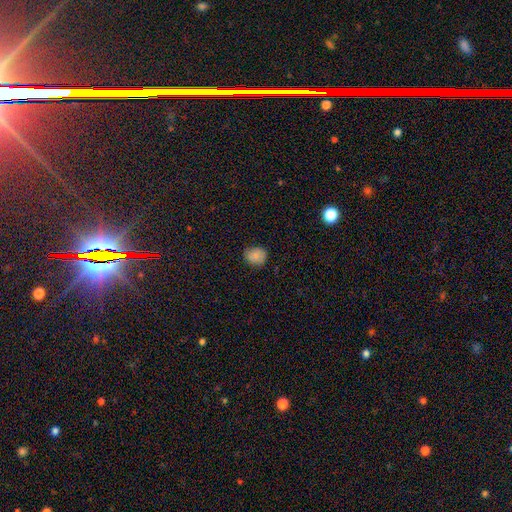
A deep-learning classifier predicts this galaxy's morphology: Q: Smooth or featured?
A: smooth (83%); runner-up: star or artifact (9%)
Q: How rounded?
A: round (71%); runner-up: in between (28%)
Q: Merging?
A: none (81%); runner-up: minor disturbance (16%)